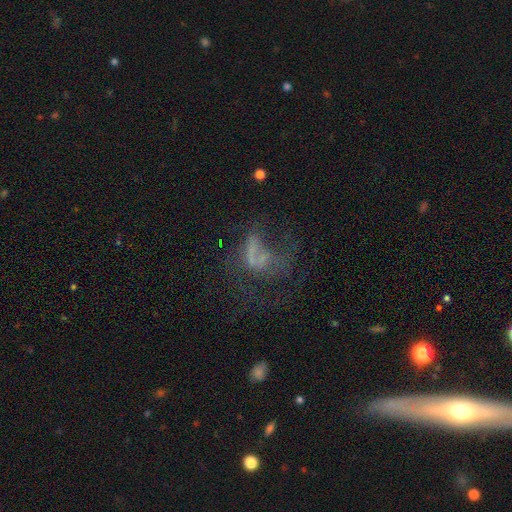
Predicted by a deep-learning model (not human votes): A featured or disk galaxy (49%).

Vote fractions:
- Smooth or featured? featured or disk: 49% / smooth: 28% / star or artifact: 23%
- Merging? major disturbance: 50% / none: 28% / minor disturbance: 13% / merger: 10%